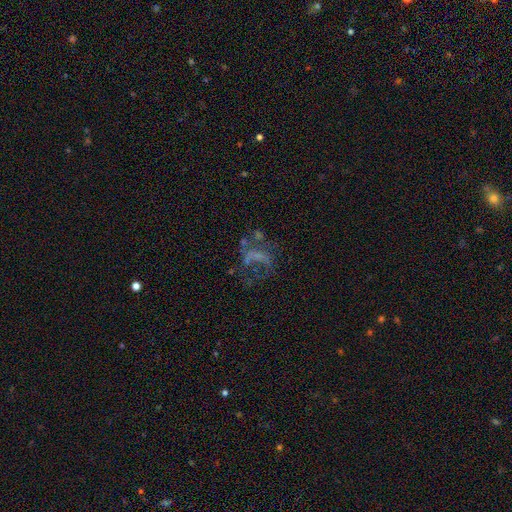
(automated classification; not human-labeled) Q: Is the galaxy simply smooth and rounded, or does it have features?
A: featured or disk — 51%.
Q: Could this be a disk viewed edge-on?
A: no — 96%.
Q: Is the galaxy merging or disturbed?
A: major disturbance — 42%.